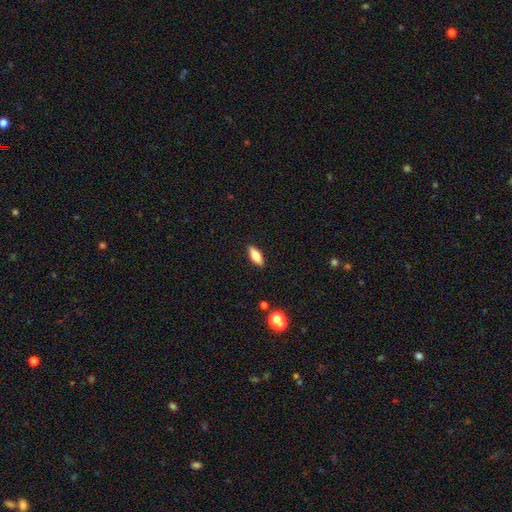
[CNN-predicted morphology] A smooth galaxy with no disk features (67%) that is in between round and cigar-shaped (68%). Merging: none (88%).